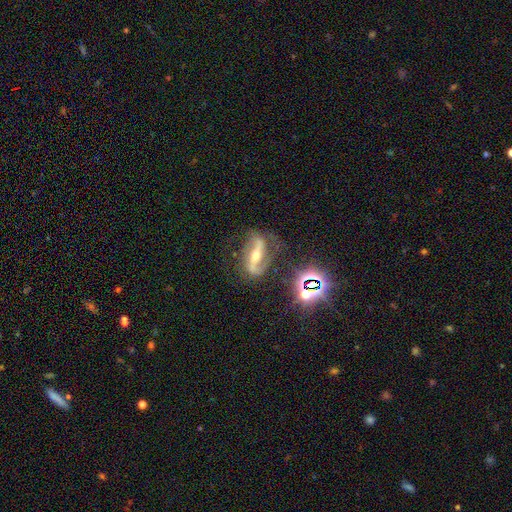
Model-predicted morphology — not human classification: A featured or disk galaxy (80%) with a strong bar (67%), 2 (89%) loose (47%) spiral arms (92%) and a moderate central bulge (57%). Merging: none (72%).